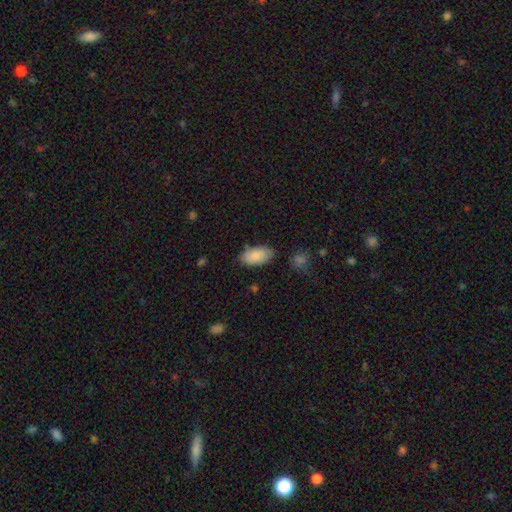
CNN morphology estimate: smooth_or_featured: smooth (p=0.88) [alt: star or artifact p=0.06]
how_rounded: in between (p=0.94) [alt: cigar-shaped p=0.03]
merging: none (p=0.80) [alt: minor disturbance p=0.14]